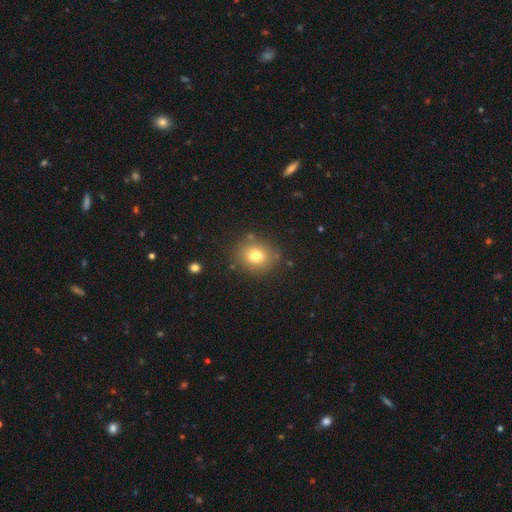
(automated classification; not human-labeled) Q: Smooth or featured?
A: smooth (76%); runner-up: star or artifact (13%)
Q: How rounded?
A: round (76%); runner-up: in between (23%)
Q: Merging?
A: none (84%); runner-up: minor disturbance (9%)